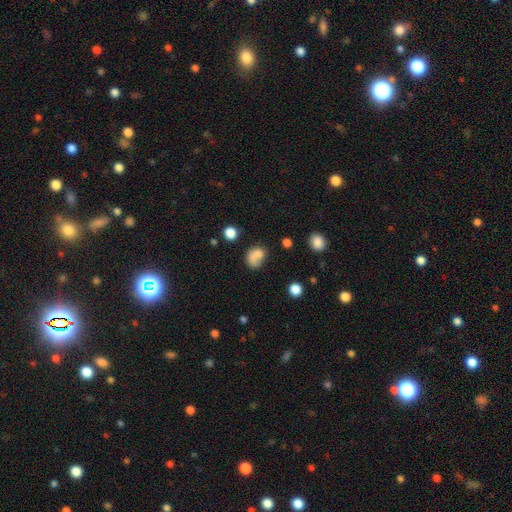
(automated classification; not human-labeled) Overall: smooth (74%). How rounded: round (51%; in between 48%). Merging: merger (36%; none 34%).